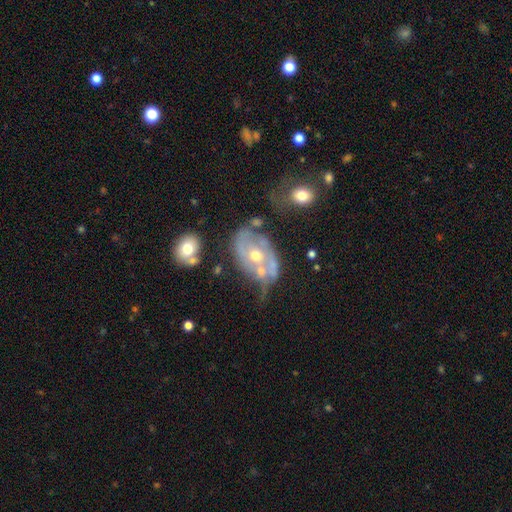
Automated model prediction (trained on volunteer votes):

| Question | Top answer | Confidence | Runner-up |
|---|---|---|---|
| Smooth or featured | featured or disk | 74% | smooth (18%) |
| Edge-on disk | no | 95% | yes (5%) |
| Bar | no | 71% | weak (21%) |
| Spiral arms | yes | 63% | no (37%) |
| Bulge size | moderate | 62% | small (33%) |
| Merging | none | 34% | minor disturbance (24%) |